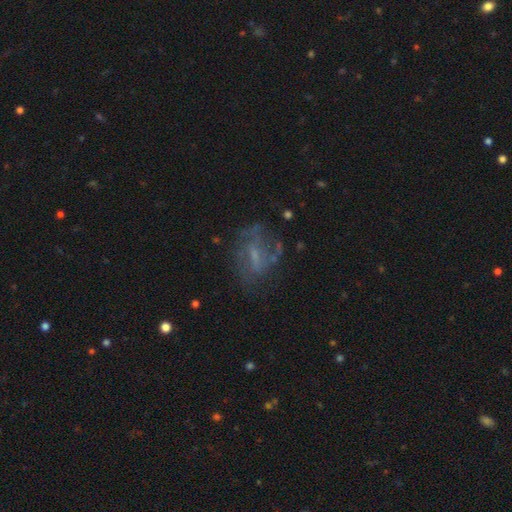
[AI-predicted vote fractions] Smooth or featured? Predicted: featured or disk (p=0.66). Edge-on disk? Predicted: no (p=0.95). Bar? Predicted: weak (p=0.49). Spiral arms? Predicted: yes (p=0.69). Bulge size? Predicted: small (p=0.48). Merging? Predicted: none (p=0.57).